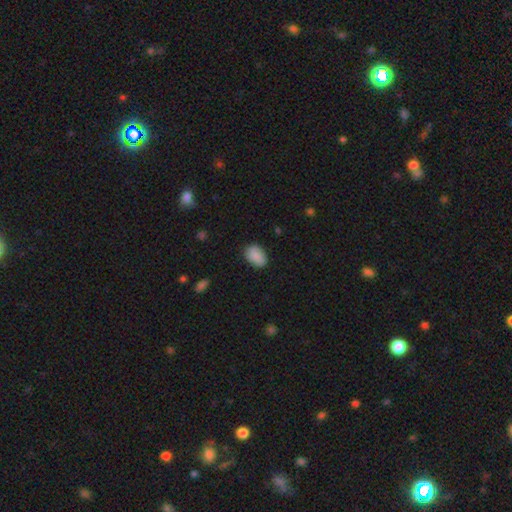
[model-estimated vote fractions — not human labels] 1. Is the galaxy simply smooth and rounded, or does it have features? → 85% smooth, 8% featured or disk, 7% star or artifact.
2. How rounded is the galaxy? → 87% in between, 12% round, 1% cigar-shaped.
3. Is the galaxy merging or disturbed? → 79% none, 16% minor disturbance, 3% major disturbance, 1% merger.